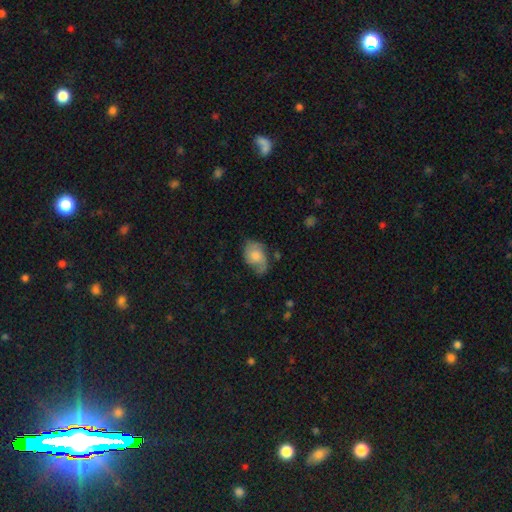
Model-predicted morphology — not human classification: A smooth galaxy with no disk features (56%) that is in between round and cigar-shaped (83%).

Vote fractions:
- Smooth or featured? smooth: 56% / featured or disk: 37% / star or artifact: 7%
- How rounded? in between: 83% / round: 16% / cigar-shaped: 1%
- Merging? none: 46% / minor disturbance: 34% / major disturbance: 18% / merger: 3%